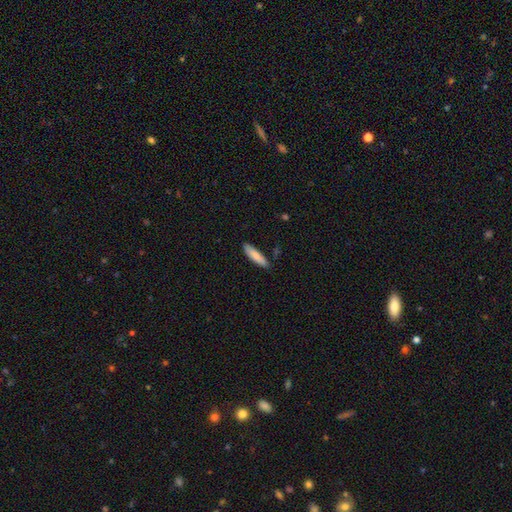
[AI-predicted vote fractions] smooth-or-featured: smooth: 85% | featured or disk: 9% | star or artifact: 6%
  how-rounded: cigar-shaped: 73% | in between: 26% | round: 1%
  merging: none: 85% | minor disturbance: 11% | major disturbance: 2% | merger: 2%